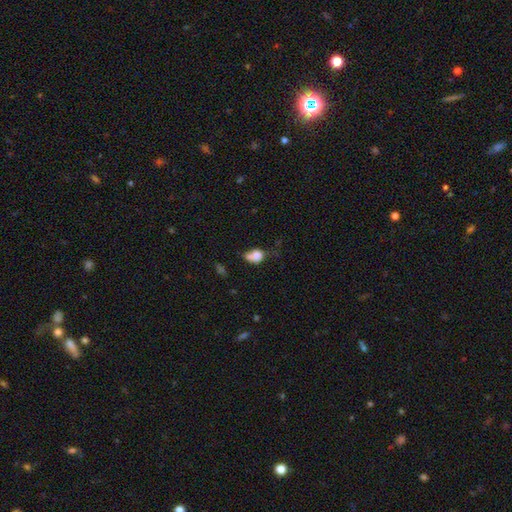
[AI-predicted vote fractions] Overall: smooth (76%). How rounded: in between (50%; round 48%). Merging: merger (34%; none 29%).